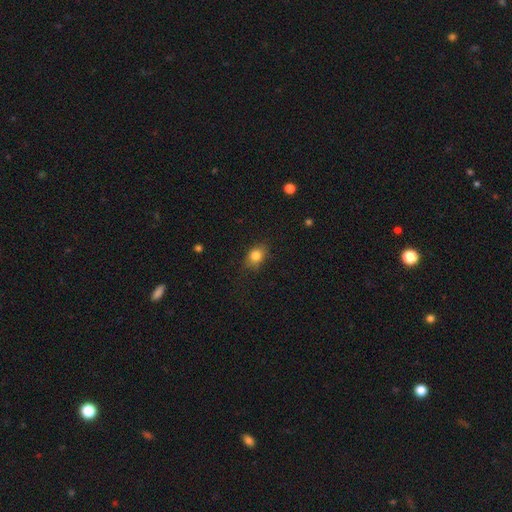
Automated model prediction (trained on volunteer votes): The model was most divided on "how rounded": in between: 61%, round: 37%, cigar-shaped: 2%. More confident: smooth or featured — smooth (83%); merging — none (80%).